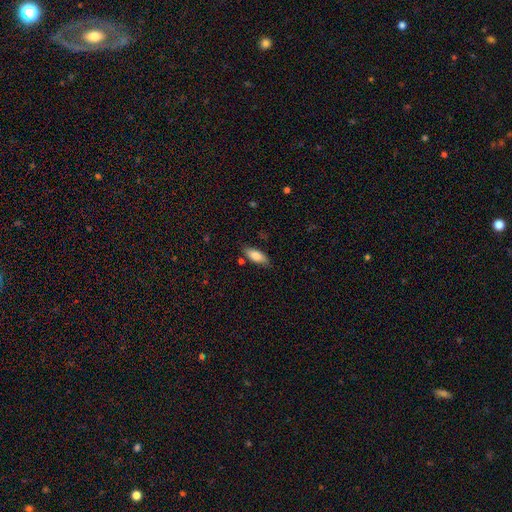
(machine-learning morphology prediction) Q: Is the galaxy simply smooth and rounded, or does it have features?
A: smooth — 82%.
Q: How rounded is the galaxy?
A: in between — 80%.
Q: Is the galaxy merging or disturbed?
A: none — 79%.